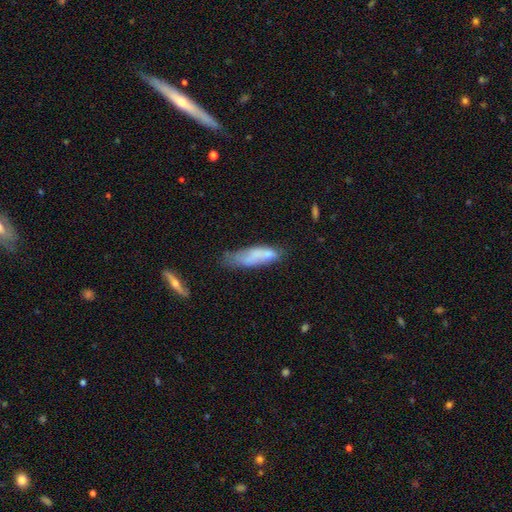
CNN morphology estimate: This appears to be a smooth galaxy with no disk features (63%) that is cigar-shaped (49%, tied with in between). Merging: none (35%).